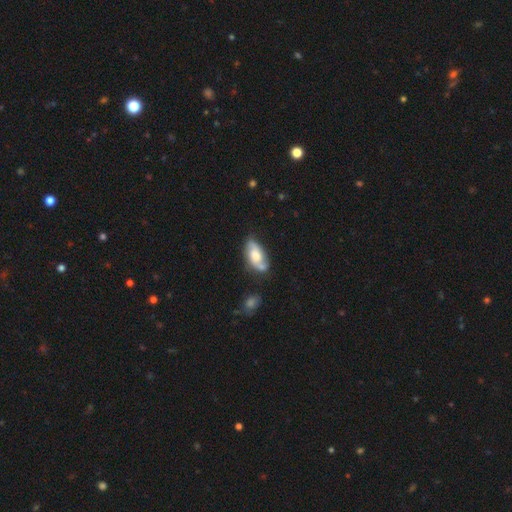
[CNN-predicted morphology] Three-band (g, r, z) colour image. It shows a featured or disk galaxy (59%) with no bar (60%), spiral arms (86%) and a moderate central bulge (51%). Merging: none (59%).